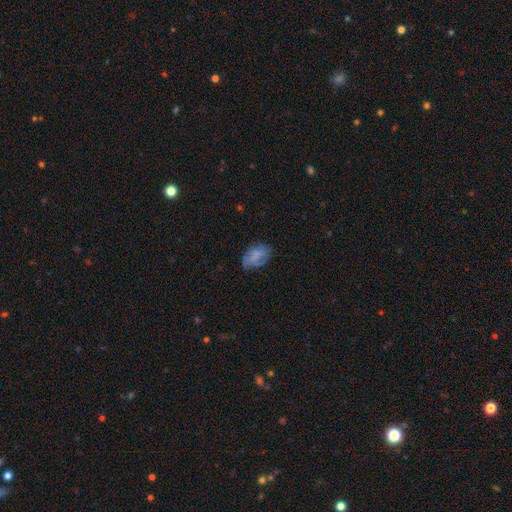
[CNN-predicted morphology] Overall: smooth (65%; featured or disk 26%). How rounded: in between (88%). Merging: none (63%; minor disturbance 25%).